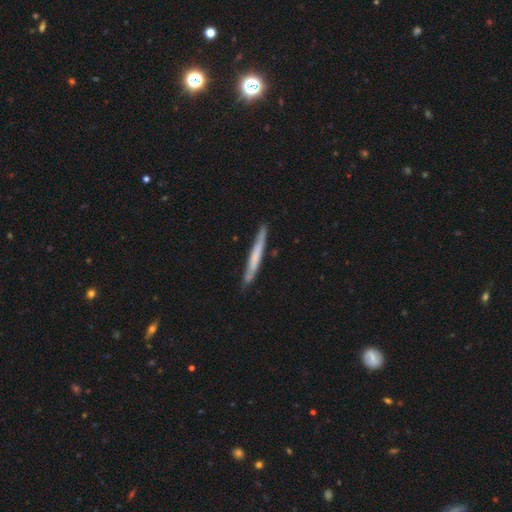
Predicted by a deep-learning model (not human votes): smooth_or_featured: smooth (p=0.52) [alt: featured or disk p=0.42]
how_rounded: cigar-shaped (p=0.96) [alt: in between p=0.02]
merging: none (p=0.81) [alt: minor disturbance p=0.15]